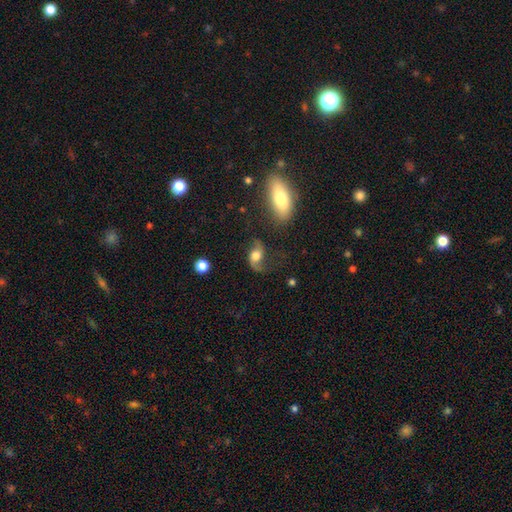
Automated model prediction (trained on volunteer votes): Overall: featured or disk (65%; smooth 26%). Edge-on disk: no (94%). Bar: no (62%; weak 29%). Spiral arms: yes (91%). Spiral arm count: 2 (88%). Spiral winding: loose (77%). Bulge size: moderate (45%; large 36%). Merging: none (60%; minor disturbance 20%).